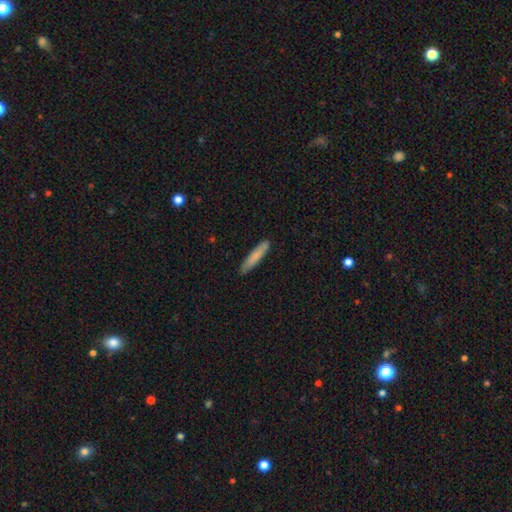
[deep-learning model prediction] Overall: smooth (78%). How rounded: cigar-shaped (90%). Merging: none (87%).